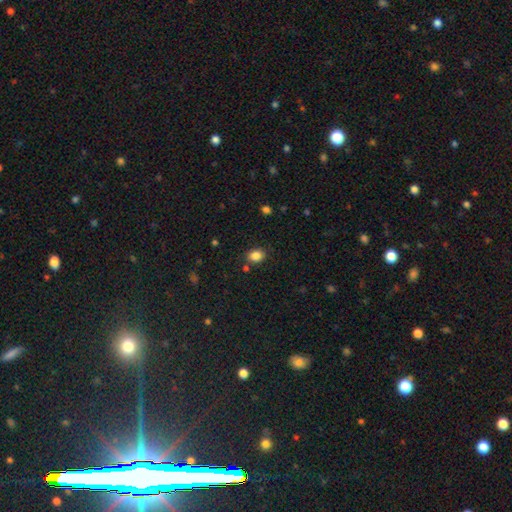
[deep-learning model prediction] Smooth or featured: smooth — 85% (star or artifact — 11%)
How rounded: in between — 56% (round — 43%)
Merging: none — 82% (minor disturbance — 11%)